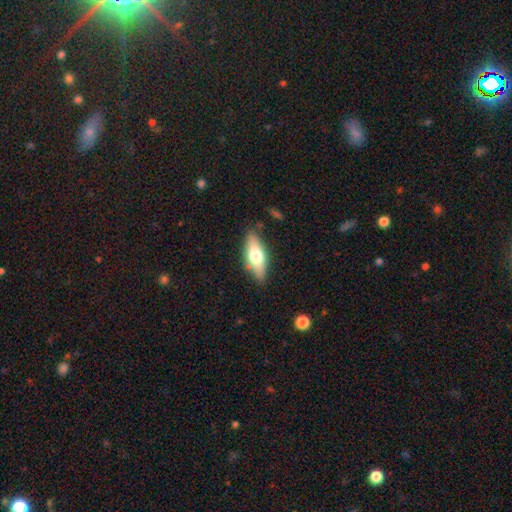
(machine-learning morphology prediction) Smooth or featured? Predicted: smooth (p=0.59). How rounded? Predicted: in between (p=0.69). Merging? Predicted: none (p=0.82).